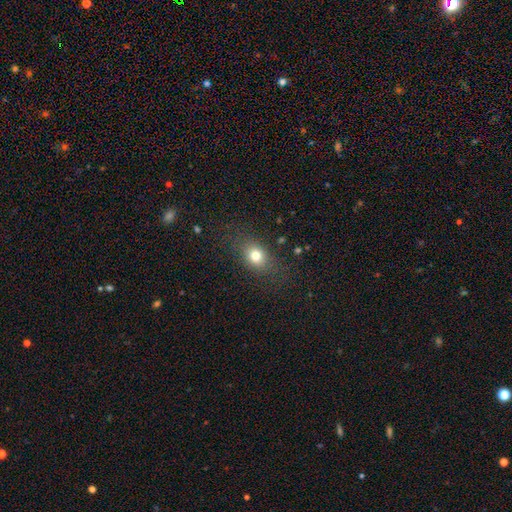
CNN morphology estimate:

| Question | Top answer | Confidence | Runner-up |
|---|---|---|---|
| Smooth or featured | smooth | 77% | star or artifact (12%) |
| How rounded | in between | 55% | round (43%) |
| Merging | none | 79% | minor disturbance (13%) |